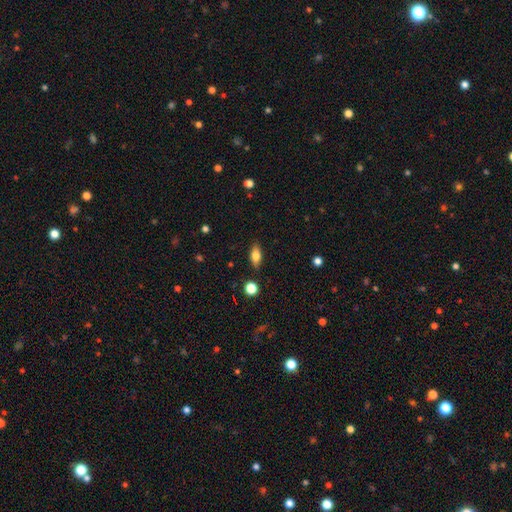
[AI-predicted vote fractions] This appears to be a smooth galaxy with no disk features (77%) that is in between round and cigar-shaped (83%). Merging: none (87%).